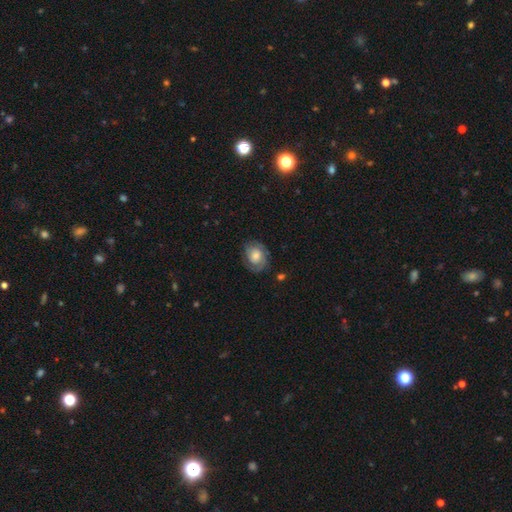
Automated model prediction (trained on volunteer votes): This appears to be a featured or disk galaxy (61%) with no bar (73%), 2 (51%) tight (60%) spiral arms (87%) and a moderate central bulge (49%). Merging: none (71%).